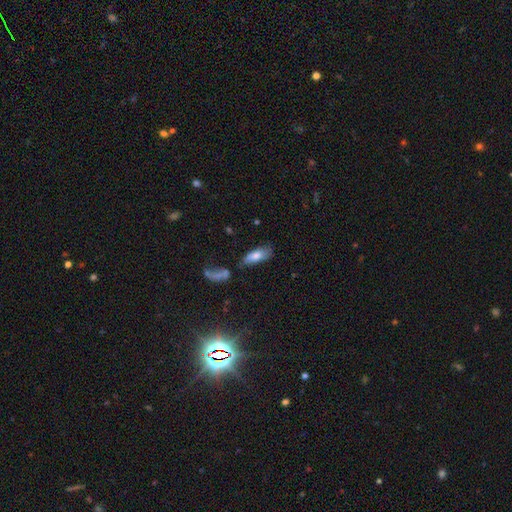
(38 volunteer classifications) smooth 76%, featured or disk 16%, star or artifact 8%. Down the decision tree: how rounded — in between (83%); merging — none (43%).